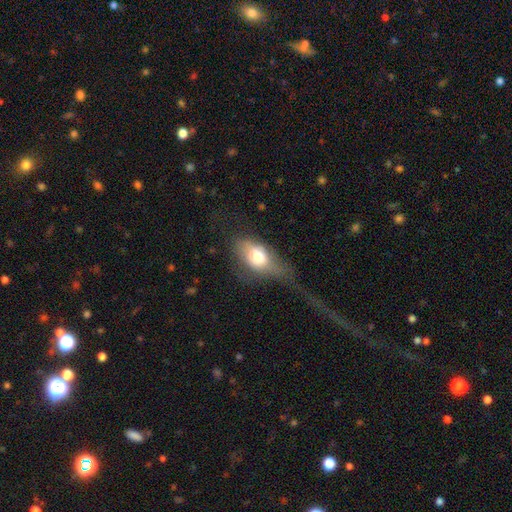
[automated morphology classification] smooth-or-featured: smooth: 69% | featured or disk: 23% | star or artifact: 8%
  how-rounded: in between: 85% | round: 11% | cigar-shaped: 4%
  merging: major disturbance: 37% | none: 31% | minor disturbance: 30% | merger: 3%